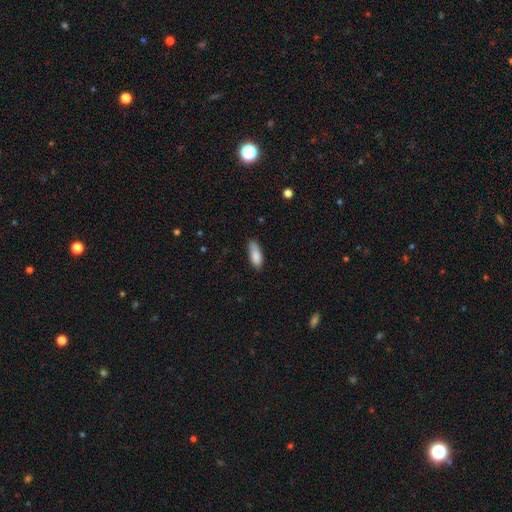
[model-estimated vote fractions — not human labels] A smooth galaxy with no disk features (87%) that is in between round and cigar-shaped (73%). Merging: none (76%).